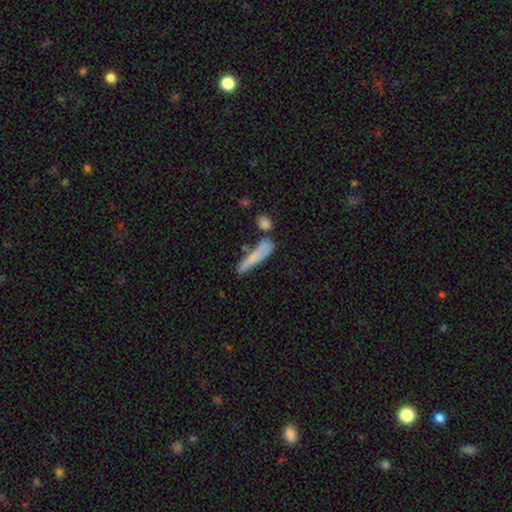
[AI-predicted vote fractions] Q: Smooth or featured?
A: smooth (70%); runner-up: featured or disk (22%)
Q: How rounded?
A: cigar-shaped (85%); runner-up: in between (13%)
Q: Merging?
A: none (52%); runner-up: minor disturbance (21%)